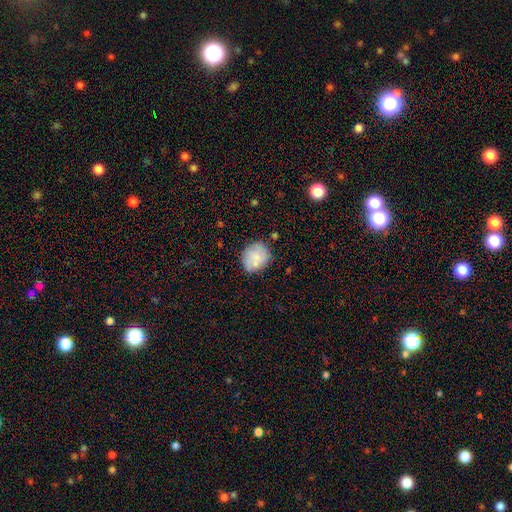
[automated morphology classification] smooth-or-featured: smooth: 79% | featured or disk: 13% | star or artifact: 8%
  how-rounded: round: 68% | in between: 31% | cigar-shaped: 1%
  merging: none: 73% | minor disturbance: 19% | major disturbance: 5% | merger: 3%